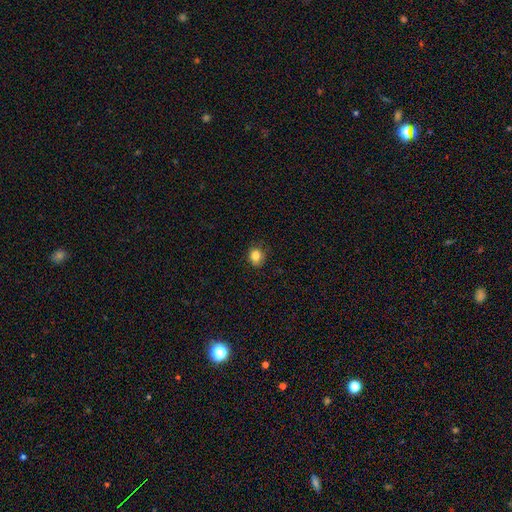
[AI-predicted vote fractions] Q: Smooth or featured?
A: smooth (84%); runner-up: star or artifact (11%)
Q: How rounded?
A: round (70%); runner-up: in between (29%)
Q: Merging?
A: none (80%); runner-up: minor disturbance (15%)